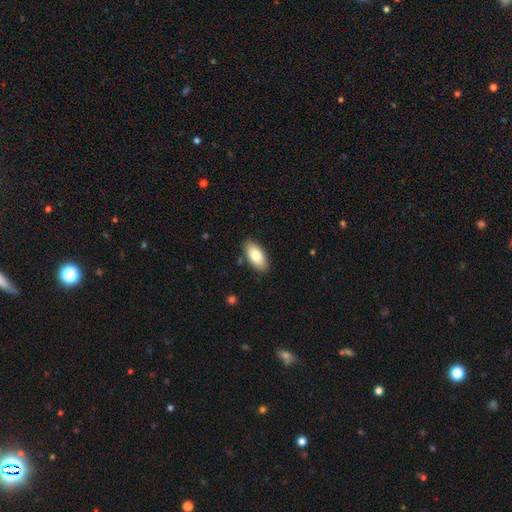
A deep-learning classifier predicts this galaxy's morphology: Smooth or featured?
  - smooth: 79% *
  - featured or disk: 14%
  - star or artifact: 7%
How rounded?
  - in between: 92% *
  - cigar-shaped: 6%
  - round: 2%
Merging?
  - none: 86% *
  - minor disturbance: 10%
  - major disturbance: 2%
  - merger: 2%